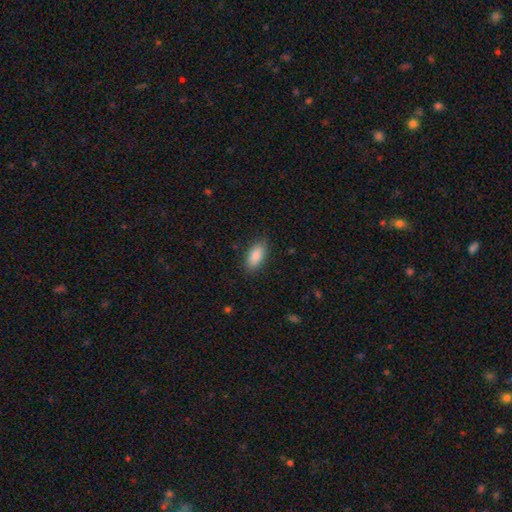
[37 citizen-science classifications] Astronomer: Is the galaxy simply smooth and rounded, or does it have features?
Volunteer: smooth — 92%.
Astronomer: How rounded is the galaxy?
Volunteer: in between — 82%.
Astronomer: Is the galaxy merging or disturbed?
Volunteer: none — 83%.